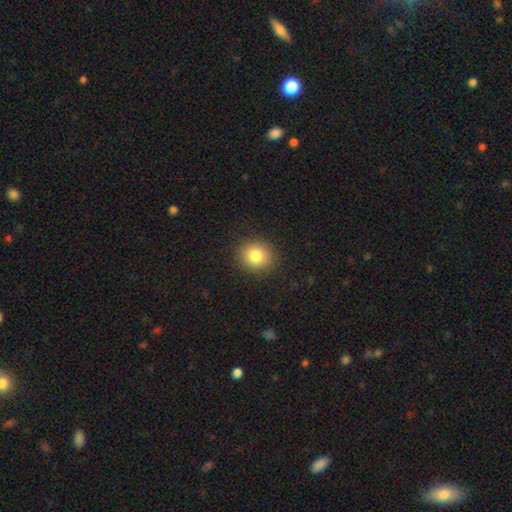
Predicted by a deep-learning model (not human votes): Overall: smooth (83%). How rounded: round (82%). Merging: none (89%).